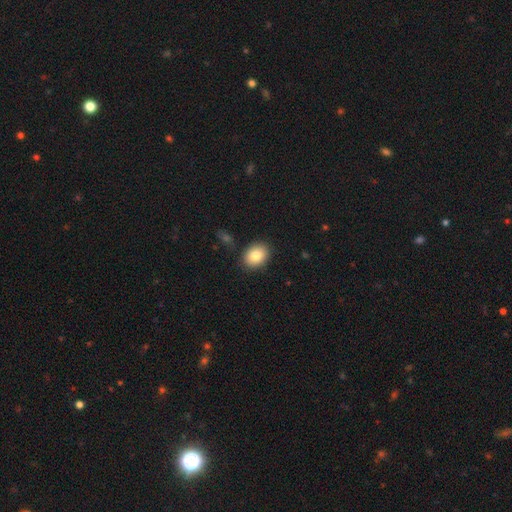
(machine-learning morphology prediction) Smooth or featured?
  - smooth: 83% *
  - featured or disk: 9%
  - star or artifact: 8%
How rounded?
  - in between: 65% *
  - round: 34%
  - cigar-shaped: 1%
Merging?
  - none: 87% *
  - minor disturbance: 8%
  - major disturbance: 2%
  - merger: 2%